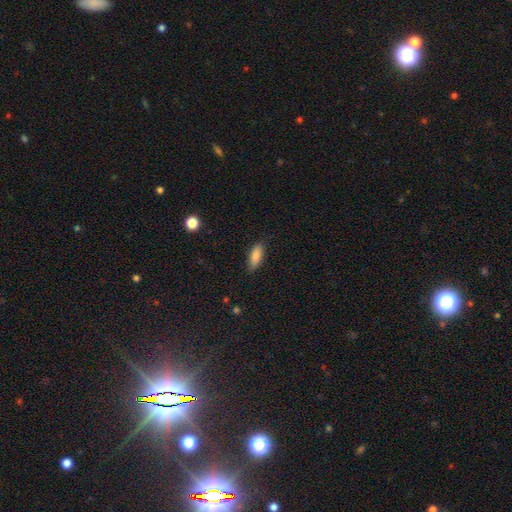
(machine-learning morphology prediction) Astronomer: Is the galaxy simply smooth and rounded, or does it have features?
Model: smooth — 86%.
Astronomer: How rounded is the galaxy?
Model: in between — 70%.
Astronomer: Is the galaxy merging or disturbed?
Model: none — 84%.